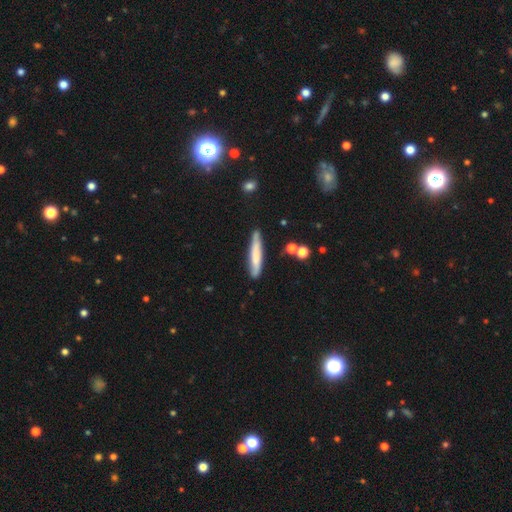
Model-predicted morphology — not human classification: Smooth or featured? smooth (62%)
How rounded? cigar-shaped (92%)
Merging? none (76%)